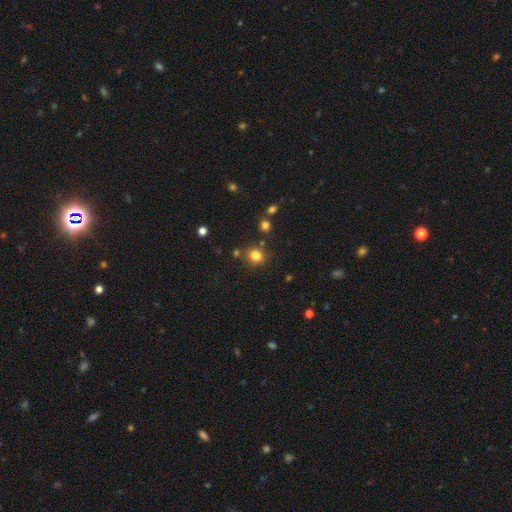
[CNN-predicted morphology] Smooth or featured?
  - smooth: 81% *
  - star or artifact: 13%
  - featured or disk: 5%
How rounded?
  - round: 87% *
  - in between: 13%
  - cigar-shaped: 1%
Merging?
  - none: 82% *
  - minor disturbance: 8%
  - merger: 7%
  - major disturbance: 3%